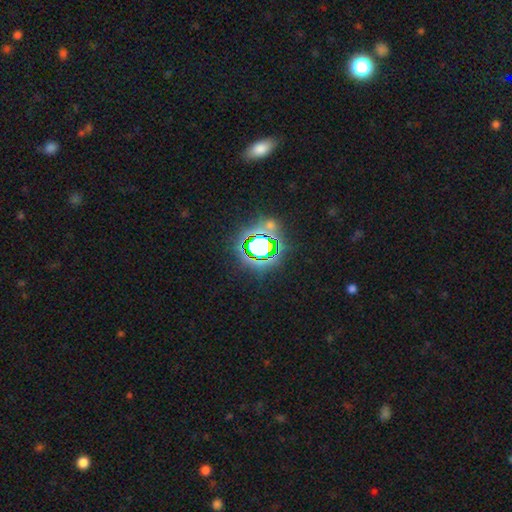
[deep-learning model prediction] Overall: star or artifact (72%).